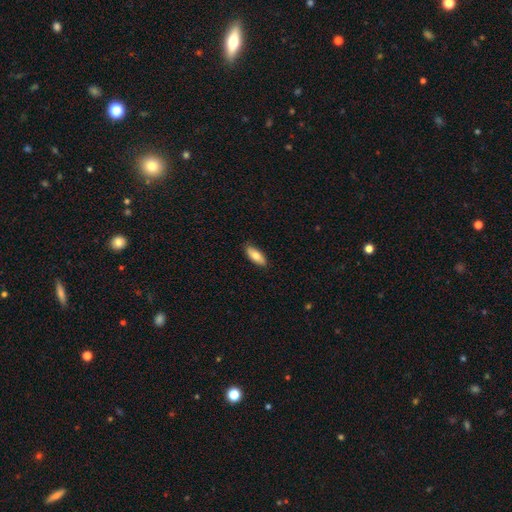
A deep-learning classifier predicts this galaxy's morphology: The model was most divided on "how rounded": in between: 78%, cigar-shaped: 20%, round: 2%. More confident: merging — none (87%); smooth or featured — smooth (79%).